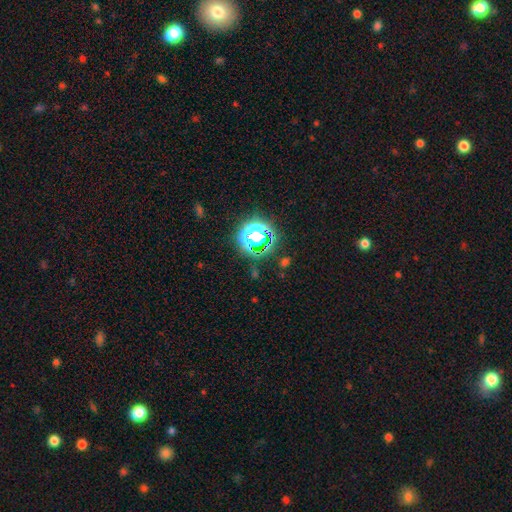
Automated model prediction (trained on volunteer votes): smooth_or_featured: star or artifact (p=0.65) [alt: smooth p=0.26]